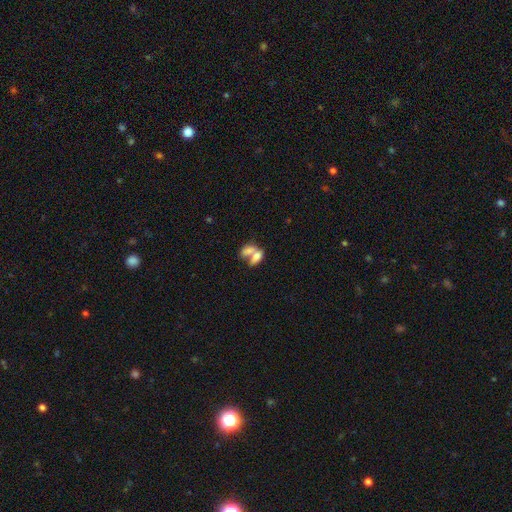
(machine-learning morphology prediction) Smooth or featured?
  - smooth: 70% *
  - featured or disk: 22%
  - star or artifact: 8%
How rounded?
  - in between: 86% *
  - round: 10%
  - cigar-shaped: 4%
Merging?
  - merger: 73% *
  - none: 16%
  - minor disturbance: 6%
  - major disturbance: 6%